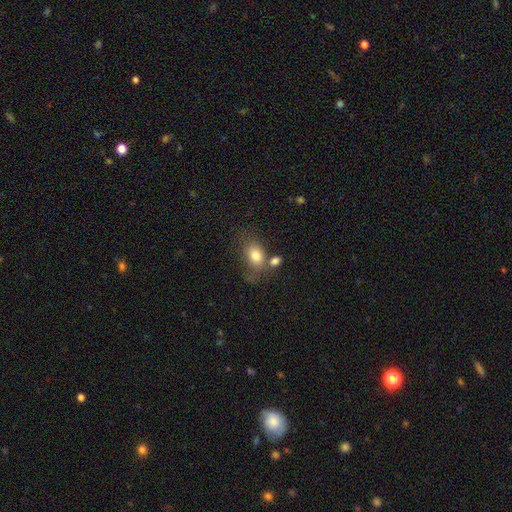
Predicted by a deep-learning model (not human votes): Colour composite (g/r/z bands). It shows a smooth galaxy with no disk features (79%) that is in between round and cigar-shaped (70%). Merging: none (47%).